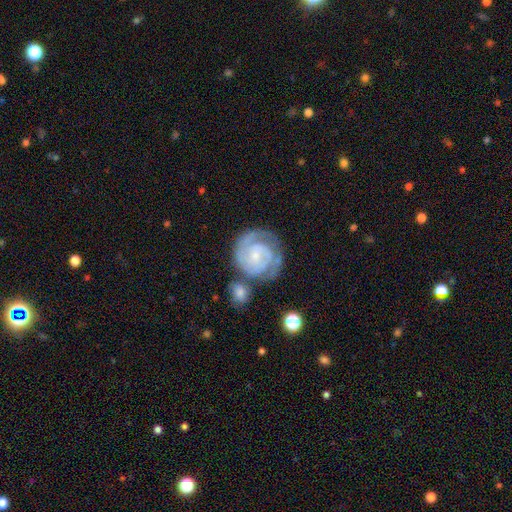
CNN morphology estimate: This appears to be a featured or disk galaxy (81%) with no bar (57%), 2 (53%) tight (66%) spiral arms (96%) and a small central bulge (70%). Merging: none (60%).